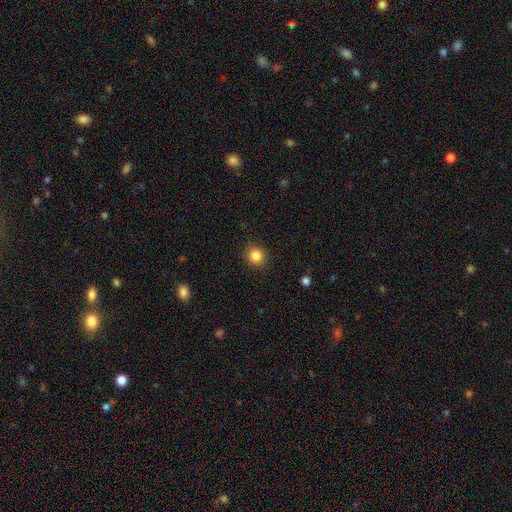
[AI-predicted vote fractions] smooth_or_featured: smooth (p=0.85) [alt: star or artifact p=0.11]
how_rounded: round (p=0.90) [alt: in between p=0.09]
merging: none (p=0.89) [alt: minor disturbance p=0.08]